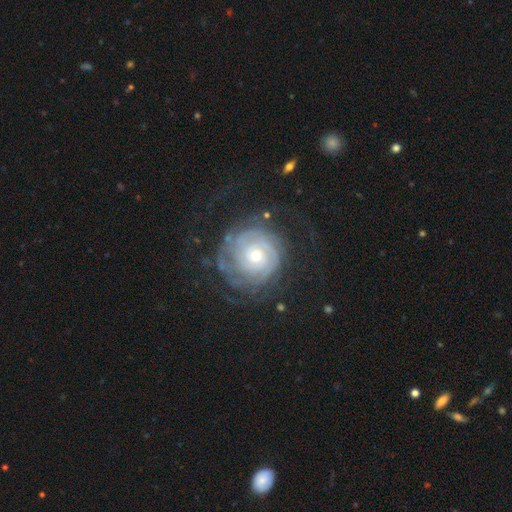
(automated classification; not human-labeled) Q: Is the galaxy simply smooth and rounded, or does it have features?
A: featured or disk — 83%.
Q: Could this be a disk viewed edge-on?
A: no — 97%.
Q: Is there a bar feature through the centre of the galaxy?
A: no — 79%.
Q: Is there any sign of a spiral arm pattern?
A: yes — 93%.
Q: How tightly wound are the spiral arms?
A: tight — 80%.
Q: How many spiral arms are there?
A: can't tell — 45%.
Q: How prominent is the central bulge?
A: small — 48%.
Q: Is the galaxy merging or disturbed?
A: none — 66%.